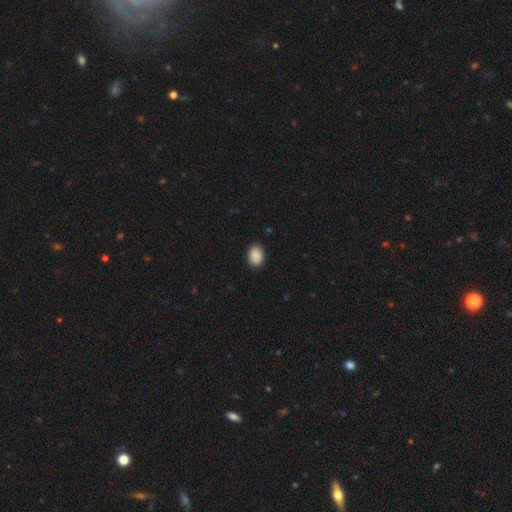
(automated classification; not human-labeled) Morphology: type=smooth (90%); roundness=in between (67%); merging=none (89%).